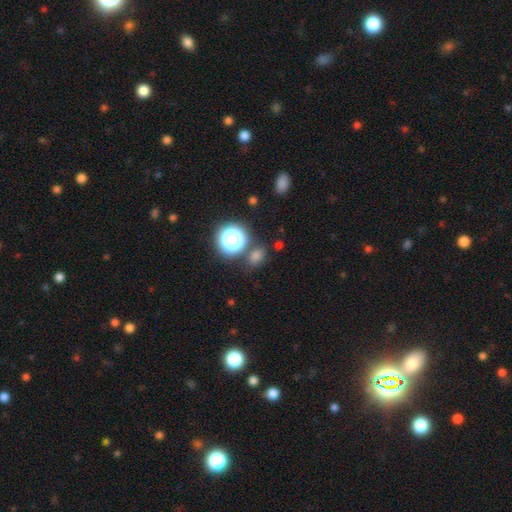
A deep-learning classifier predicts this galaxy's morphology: Smooth or featured: smooth — 66% (star or artifact — 27%)
How rounded: round — 50% (in between — 48%)
Merging: none — 75% (minor disturbance — 12%)